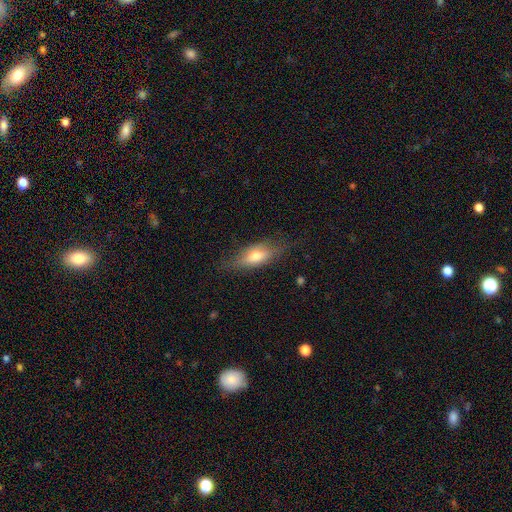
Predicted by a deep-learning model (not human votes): A smooth galaxy with no disk features (57%) that is in between round and cigar-shaped (69%). Merging: none (71%).